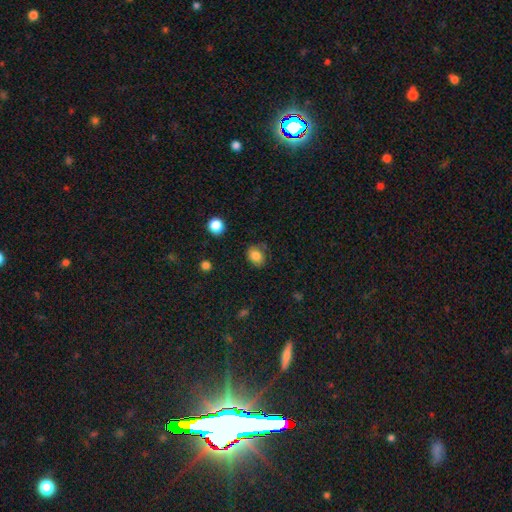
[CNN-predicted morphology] smooth_or_featured: smooth (p=0.83) [alt: star or artifact p=0.10]
how_rounded: in between (p=0.55) [alt: round p=0.44]
merging: none (p=0.75) [alt: minor disturbance p=0.17]